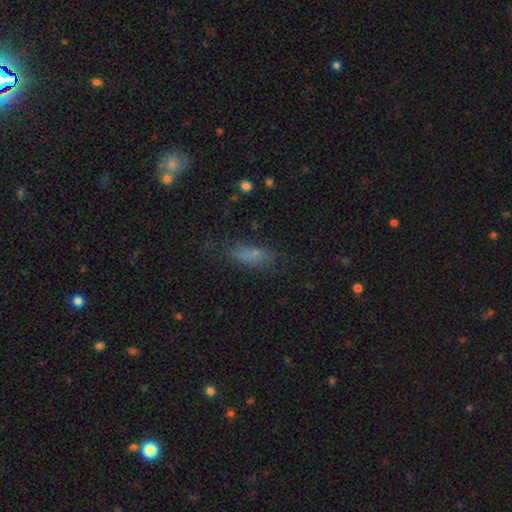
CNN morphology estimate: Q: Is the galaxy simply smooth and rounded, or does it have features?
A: smooth — 73%.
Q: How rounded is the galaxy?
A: in between — 61%.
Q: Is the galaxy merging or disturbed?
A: none — 69%.